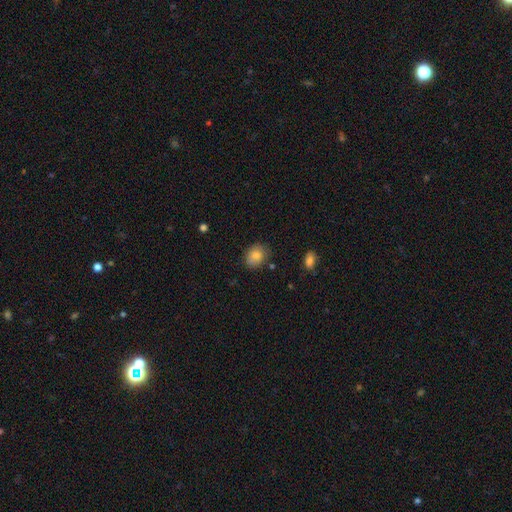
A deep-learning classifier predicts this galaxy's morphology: A smooth galaxy with no disk features (83%) that is in between round and cigar-shaped (52%). Merging: none (74%).